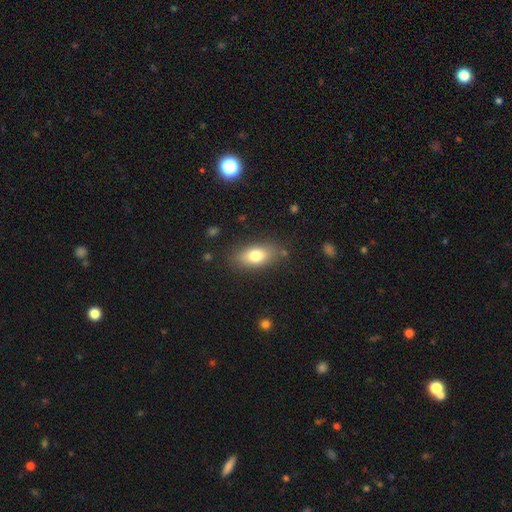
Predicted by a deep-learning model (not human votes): Smooth or featured? Predicted: smooth (p=0.77). How rounded? Predicted: in between (p=0.86). Merging? Predicted: none (p=0.81).